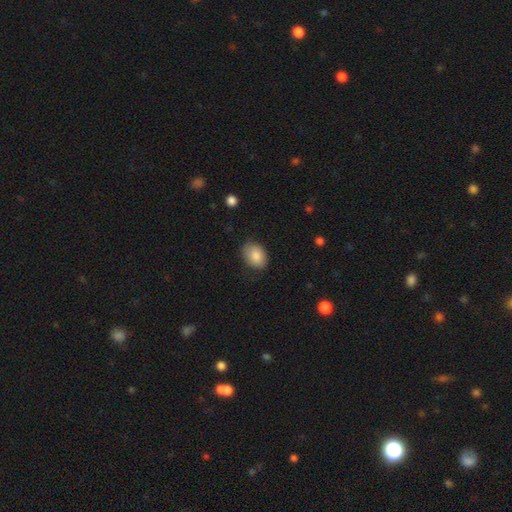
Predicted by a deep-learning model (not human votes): Morphology: type=smooth (86%); roundness=in between (74%); merging=none (79%).